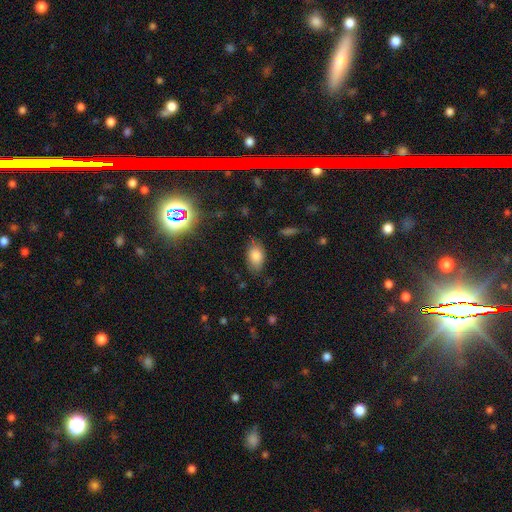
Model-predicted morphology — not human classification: The model was most divided on "merging": none: 75%, minor disturbance: 19%, major disturbance: 5%, merger: 1%. More confident: how rounded — in between (90%); smooth or featured — smooth (83%).